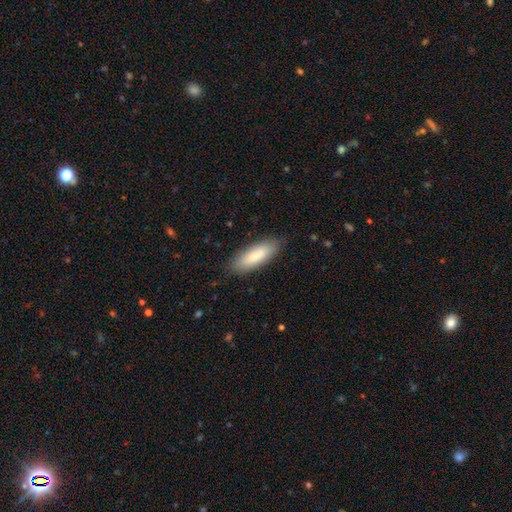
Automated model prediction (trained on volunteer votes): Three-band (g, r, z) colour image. It shows a smooth galaxy with no disk features (84%) that is in between round and cigar-shaped (61%). Merging: none (86%).